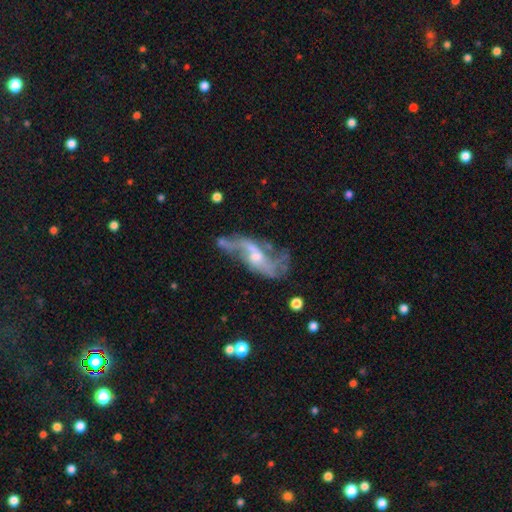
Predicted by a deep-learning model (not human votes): smooth-or-featured: featured or disk: 80% | smooth: 11% | star or artifact: 9%
  disk-edge-on: no: 92% | yes: 8%
    bar: no: 51% | weak: 38% | strong: 11%
    has-spiral-arms: yes: 86% | no: 14%
      spiral-winding: loose: 74% | medium: 20% | tight: 6%
      spiral-arm-count: 2: 72% | can't tell: 12% | 1: 6% | 3: 5% | 4: 2% | more than 4: 2%
    bulge-size: small: 49% | moderate: 40% | none: 7% | large: 3% | dominant: 1%
  merging: none: 45% | major disturbance: 25% | minor disturbance: 21% | merger: 9%